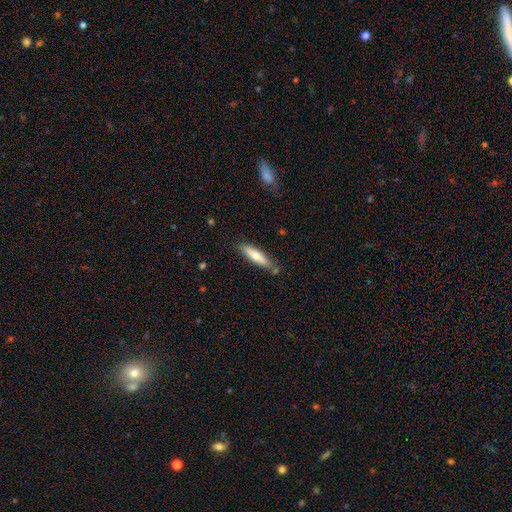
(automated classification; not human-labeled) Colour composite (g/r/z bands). It shows a smooth galaxy with no disk features (65%) that is cigar-shaped (77%). Merging: none (79%).